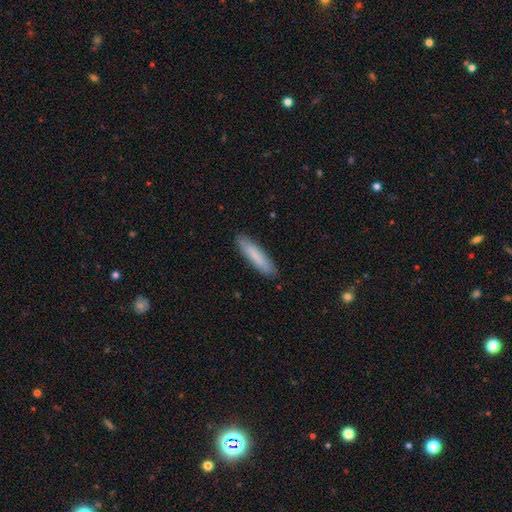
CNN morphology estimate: smooth 81%, featured or disk 13%, star or artifact 6%. Down the decision tree: how rounded — cigar-shaped (82%); merging — none (87%).